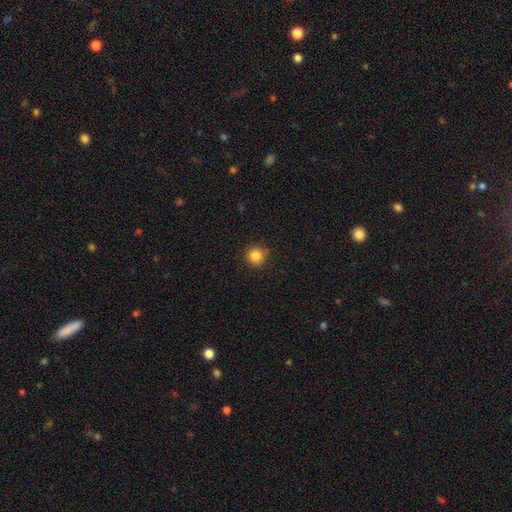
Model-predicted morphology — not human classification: This appears to be a smooth galaxy with no disk features (84%) that is round (94%). Merging: none (87%).